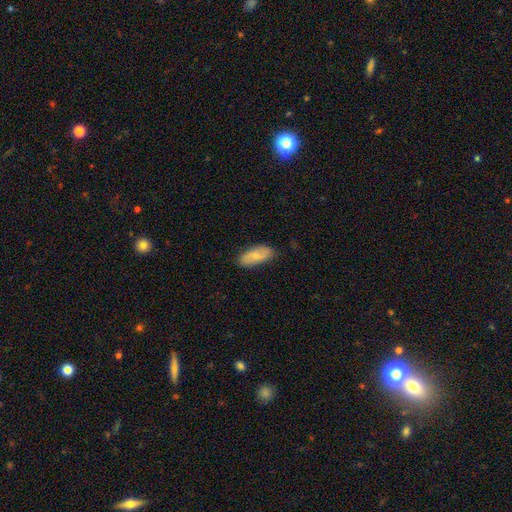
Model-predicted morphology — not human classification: Smooth or featured?
  - smooth: 67% *
  - featured or disk: 28%
  - star or artifact: 6%
How rounded?
  - in between: 87% *
  - cigar-shaped: 11%
  - round: 3%
Merging?
  - none: 82% *
  - minor disturbance: 15%
  - major disturbance: 2%
  - merger: 1%